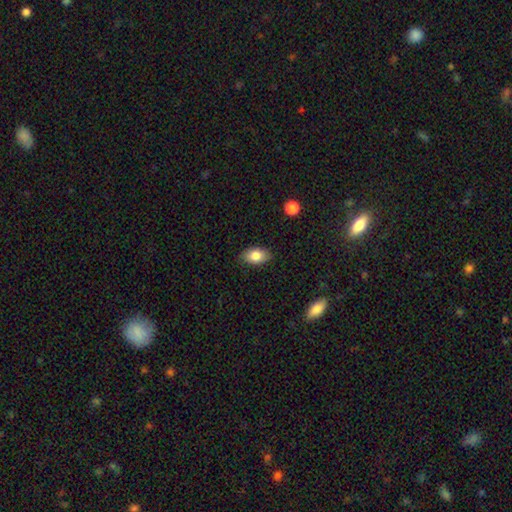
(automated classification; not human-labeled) A smooth galaxy with no disk features (82%) that is in between round and cigar-shaped (90%). Merging: none (86%).